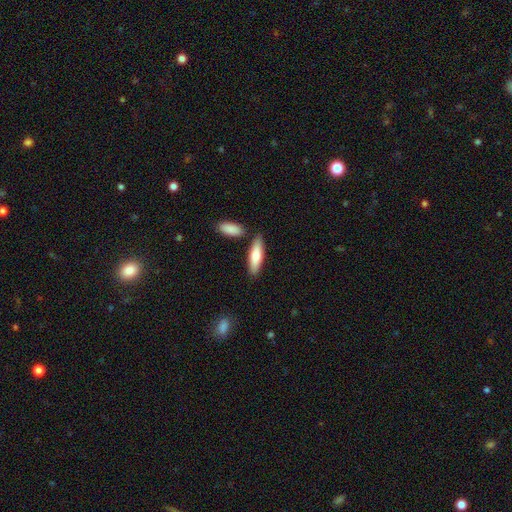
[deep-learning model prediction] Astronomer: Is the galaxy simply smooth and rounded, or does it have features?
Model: smooth — 75%.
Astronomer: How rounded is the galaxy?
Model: cigar-shaped — 57% (runner-up: in between, 42%).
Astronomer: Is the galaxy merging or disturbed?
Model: none — 79%.